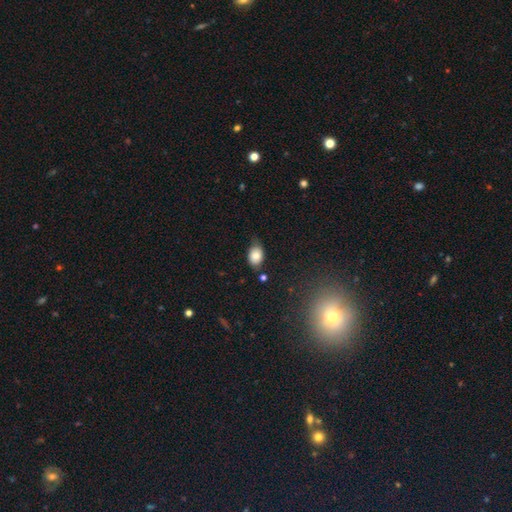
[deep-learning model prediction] Q: Smooth or featured?
A: smooth (79%); runner-up: featured or disk (13%)
Q: How rounded?
A: in between (81%); runner-up: round (17%)
Q: Merging?
A: none (63%); runner-up: minor disturbance (29%)